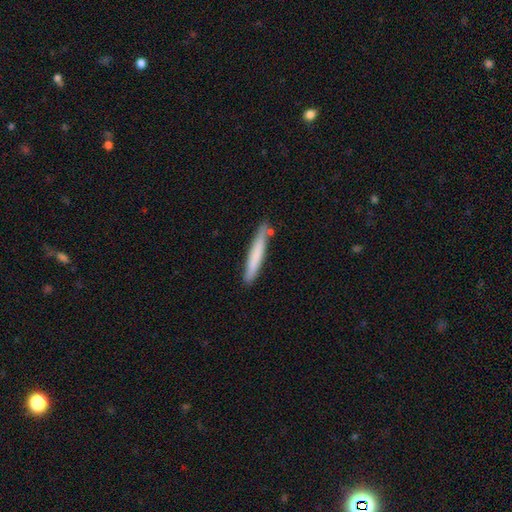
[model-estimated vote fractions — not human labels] Smooth or featured? smooth (70%)
How rounded? cigar-shaped (95%)
Merging? none (81%)